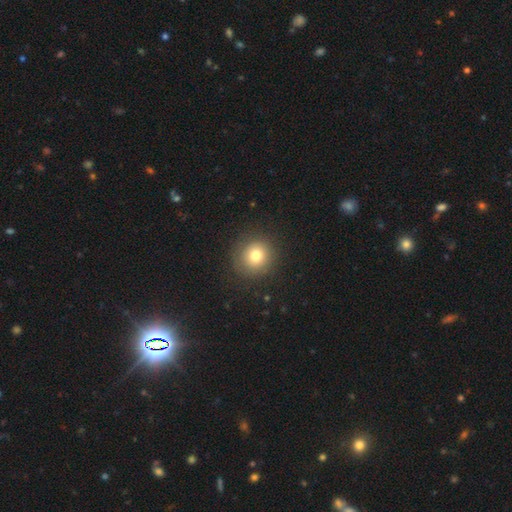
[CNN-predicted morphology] The model was most divided on "smooth or featured": smooth: 76%, star or artifact: 13%, featured or disk: 11%. More confident: how rounded — round (92%); merging — none (88%).